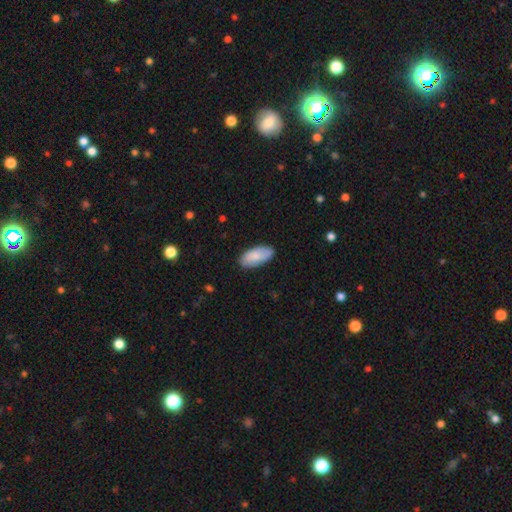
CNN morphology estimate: A smooth galaxy with no disk features (82%) that is in between round and cigar-shaped (92%).

Vote fractions:
- Smooth or featured? smooth: 82% / featured or disk: 13% / star or artifact: 6%
- How rounded? in between: 92% / cigar-shaped: 6% / round: 2%
- Merging? none: 85% / minor disturbance: 12% / major disturbance: 2% / merger: 1%